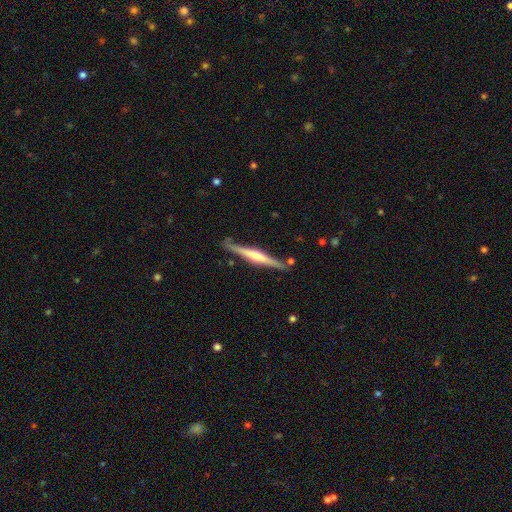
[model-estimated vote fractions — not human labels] A featured or disk galaxy (71%) viewed edge-on (98%) with a rounded central bulge (71%).

Vote fractions:
- Smooth or featured? featured or disk: 71% / smooth: 24% / star or artifact: 5%
- Edge-on disk? yes: 98% / no: 2%
- Edge-on bulge? rounded: 71% / none: 15% / boxy: 14%
- Merging? none: 86% / minor disturbance: 10% / merger: 2% / major disturbance: 2%